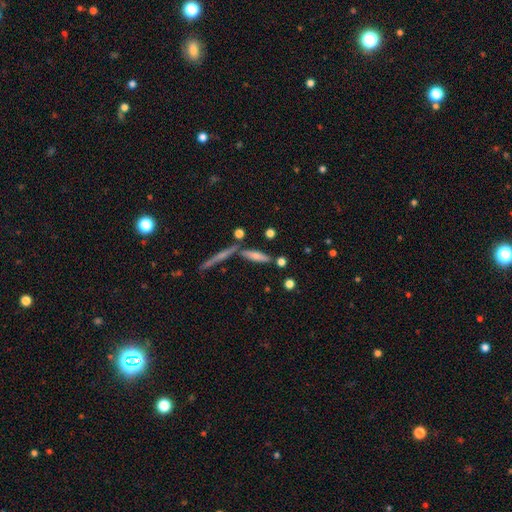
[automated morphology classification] Smooth or featured: smooth — 47% (featured or disk — 42%)
Merging: none — 65% (merger — 20%)